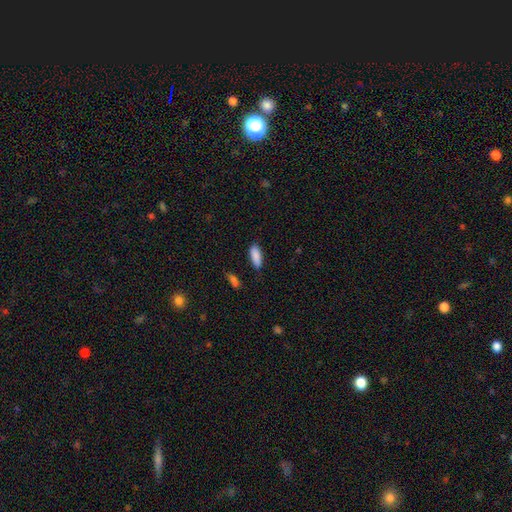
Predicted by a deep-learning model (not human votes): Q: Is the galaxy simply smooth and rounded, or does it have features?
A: smooth — 89%.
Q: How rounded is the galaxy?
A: in between — 71%.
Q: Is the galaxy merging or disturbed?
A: none — 81%.